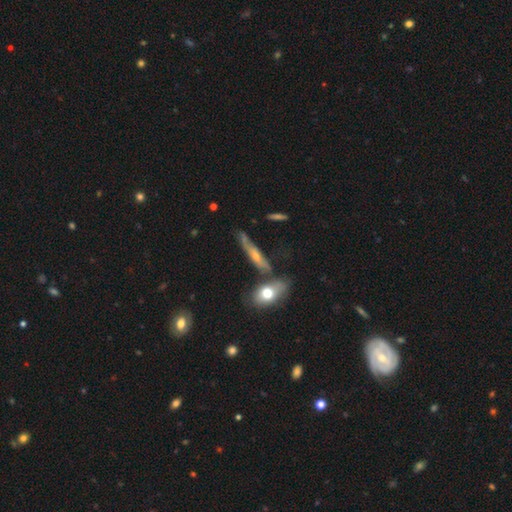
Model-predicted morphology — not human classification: Smooth or featured? Predicted: featured or disk (p=0.56). Edge-on disk? Predicted: yes (p=0.77). Merging? Predicted: none (p=0.61).